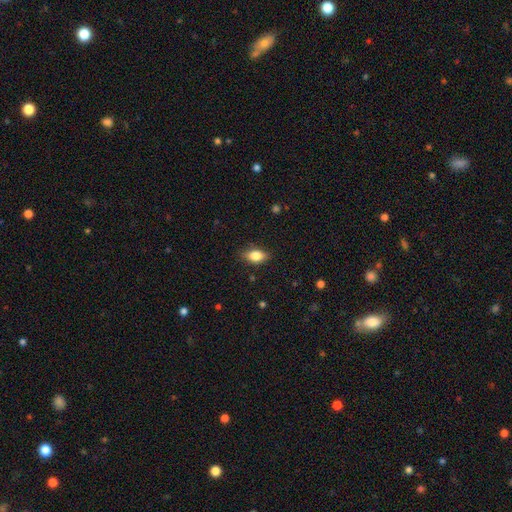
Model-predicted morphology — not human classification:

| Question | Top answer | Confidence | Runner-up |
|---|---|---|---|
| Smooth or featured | smooth | 82% | featured or disk (10%) |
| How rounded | in between | 86% | round (9%) |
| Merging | none | 84% | minor disturbance (13%) |